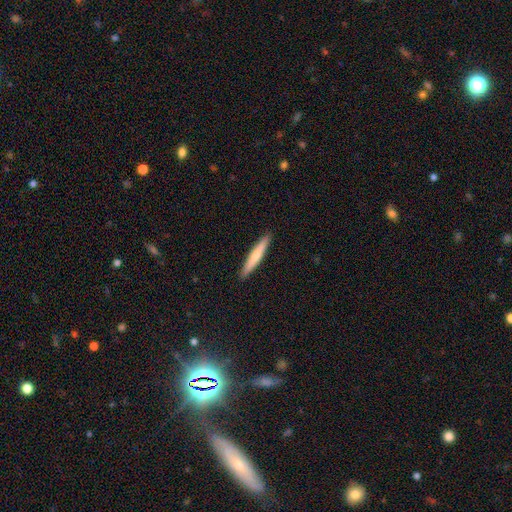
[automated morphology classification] This is likely a smooth galaxy (63%). How rounded: clearly cigar-shaped (95%). Merging: clearly none (92%).